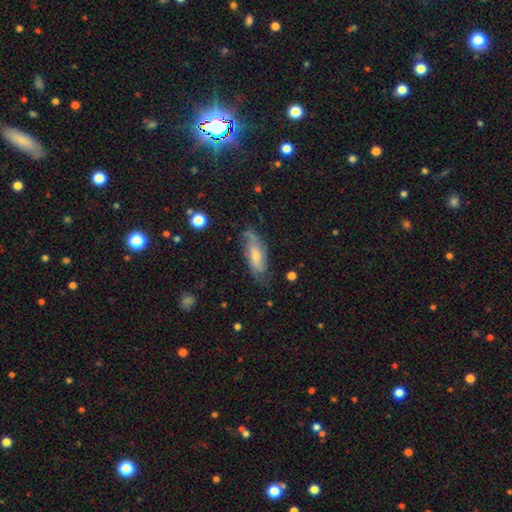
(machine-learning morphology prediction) featured or disk 67%, smooth 24%, star or artifact 9%. Down the decision tree: edge-on disk — no (84%); bar — no (60%); spiral arms — yes (89%); spiral arm count — 2 (56%); spiral winding — medium (41%); bulge size — small (50%); merging — none (70%).